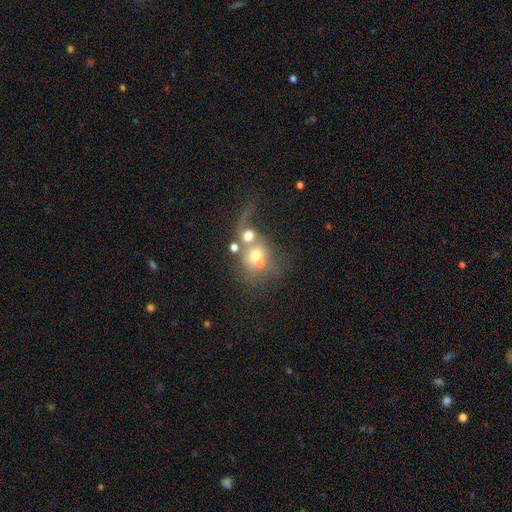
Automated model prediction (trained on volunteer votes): smooth-or-featured: smooth: 52% | featured or disk: 33% | star or artifact: 15%
  how-rounded: round: 71% | in between: 28% | cigar-shaped: 1%
  merging: merger: 58% | none: 20% | major disturbance: 15% | minor disturbance: 7%